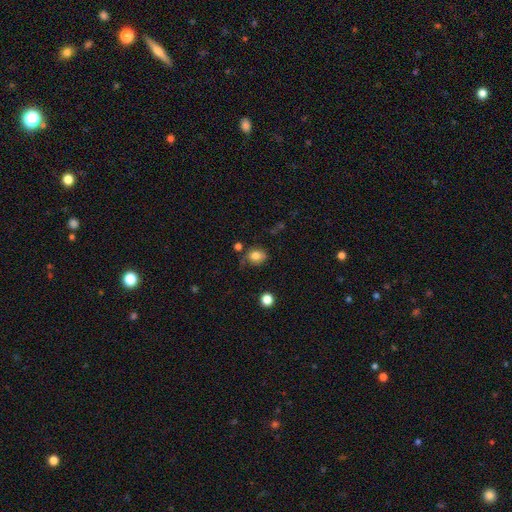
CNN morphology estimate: smooth-or-featured: smooth: 81% | star or artifact: 11% | featured or disk: 8%
  how-rounded: in between: 53% | round: 46% | cigar-shaped: 1%
  merging: none: 65% | minor disturbance: 23% | major disturbance: 6% | merger: 5%